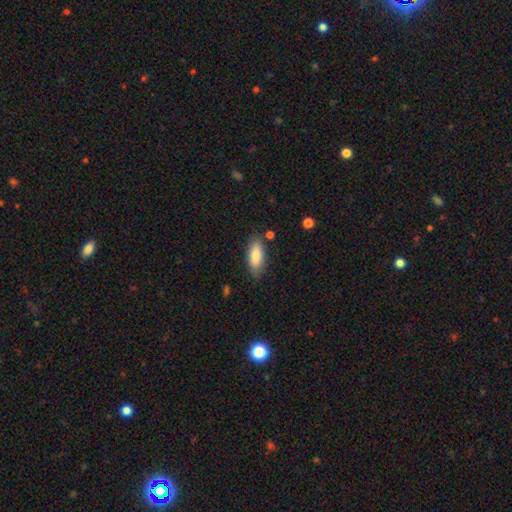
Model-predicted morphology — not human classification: Smooth or featured?
  - smooth: 83% *
  - featured or disk: 11%
  - star or artifact: 6%
How rounded?
  - in between: 72% *
  - cigar-shaped: 26%
  - round: 2%
Merging?
  - none: 76% *
  - minor disturbance: 17%
  - major disturbance: 4%
  - merger: 3%